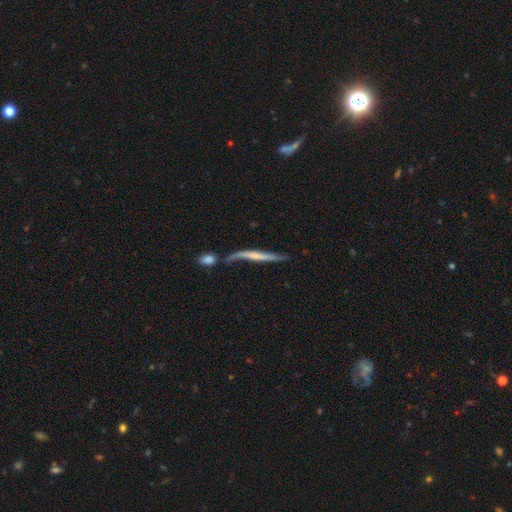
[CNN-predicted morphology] smooth_or_featured: featured or disk (p=0.53) [alt: smooth p=0.40]
disk_edge_on: yes (p=0.73) [alt: no p=0.27]
merging: none (p=0.36) [alt: merger p=0.27]